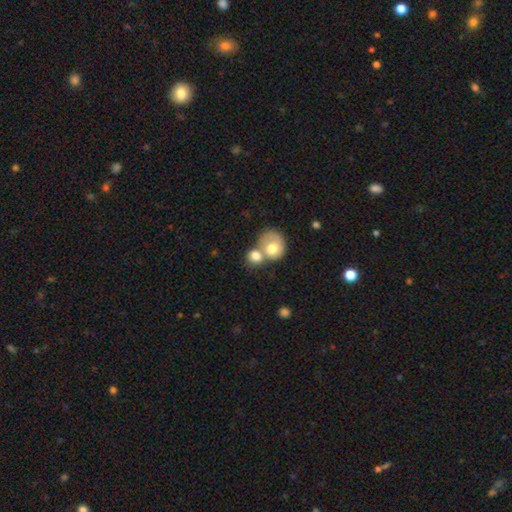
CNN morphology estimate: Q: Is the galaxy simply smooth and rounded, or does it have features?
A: smooth — 73%.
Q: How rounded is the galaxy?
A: round — 69%.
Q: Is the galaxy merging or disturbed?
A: merger — 64%.